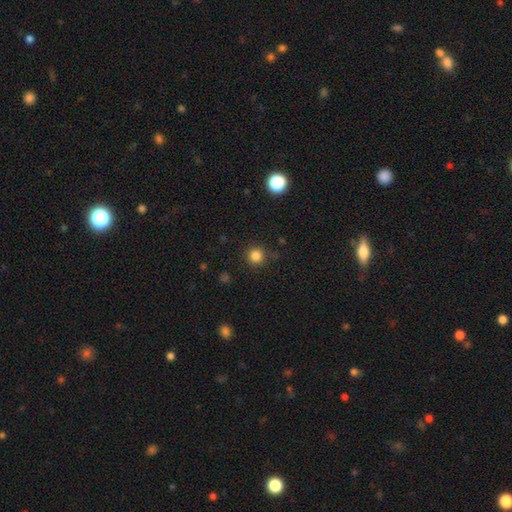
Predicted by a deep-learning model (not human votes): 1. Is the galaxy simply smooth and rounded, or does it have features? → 83% smooth, 13% star or artifact, 4% featured or disk.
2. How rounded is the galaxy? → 94% round, 5% in between, 1% cigar-shaped.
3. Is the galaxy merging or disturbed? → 88% none, 8% minor disturbance, 3% major disturbance, 2% merger.